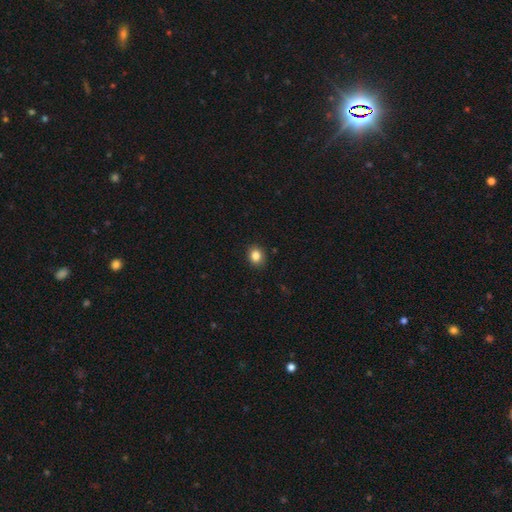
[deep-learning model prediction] A smooth galaxy with no disk features (85%) that is round (61%).

Vote fractions:
- Smooth or featured? smooth: 85% / star or artifact: 10% / featured or disk: 5%
- How rounded? round: 61% / in between: 38% / cigar-shaped: 1%
- Merging? none: 89% / minor disturbance: 8% / major disturbance: 2% / merger: 1%